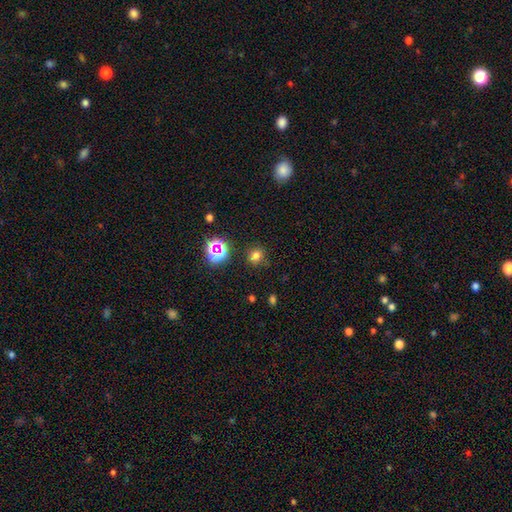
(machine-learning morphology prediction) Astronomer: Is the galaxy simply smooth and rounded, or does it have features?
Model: smooth — 71%.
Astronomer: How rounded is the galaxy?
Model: round — 78%.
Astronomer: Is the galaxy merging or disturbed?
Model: none — 84%.